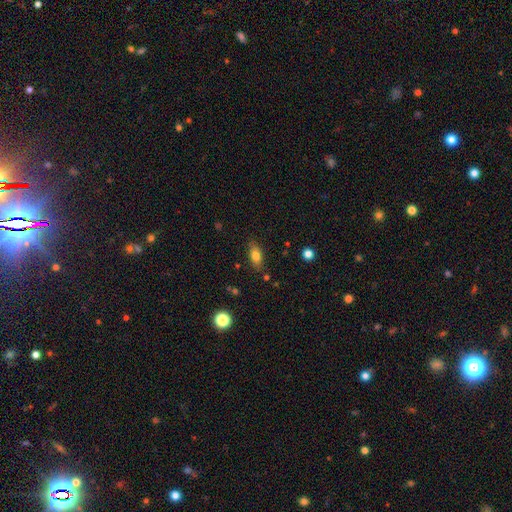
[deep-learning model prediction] The model was most divided on "smooth or featured": smooth: 77%, featured or disk: 13%, star or artifact: 10%. More confident: how rounded — in between (82%); merging — none (82%).